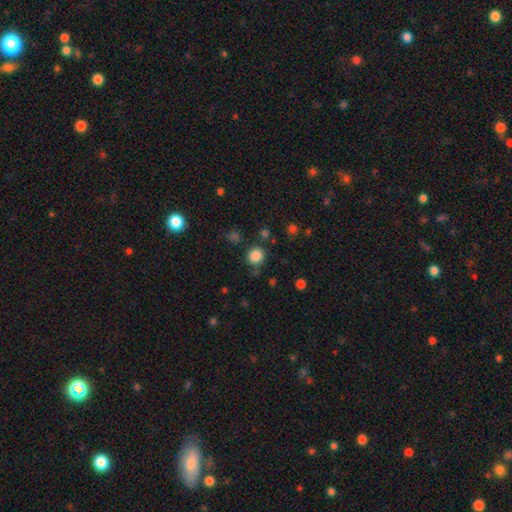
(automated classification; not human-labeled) Morphology: type=smooth (84%); roundness=round (90%); merging=none (83%).